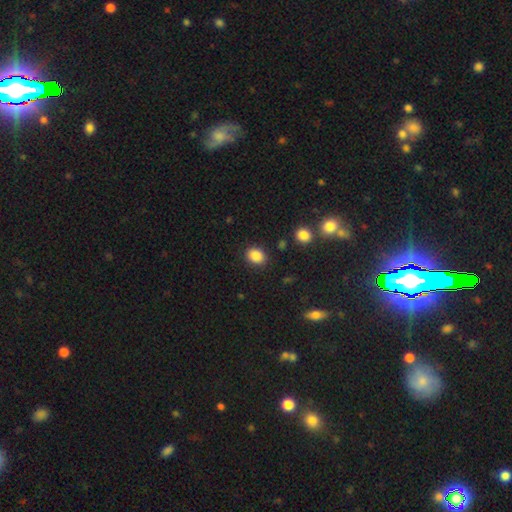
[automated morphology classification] A smooth galaxy with no disk features (87%) that is in between round and cigar-shaped (55%).

Vote fractions:
- Smooth or featured? smooth: 87% / star or artifact: 9% / featured or disk: 4%
- How rounded? in between: 55% / round: 44% / cigar-shaped: 1%
- Merging? none: 86% / minor disturbance: 9% / major disturbance: 3% / merger: 2%